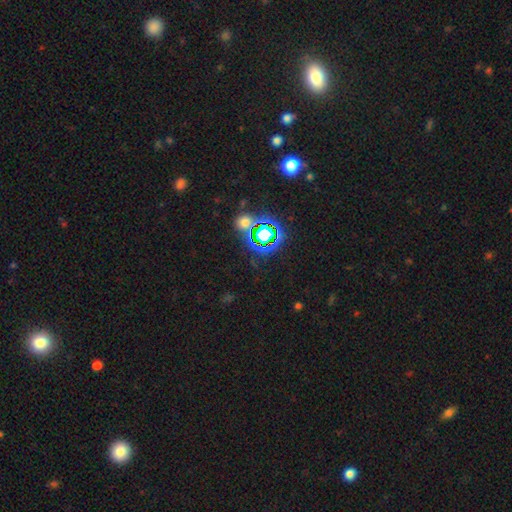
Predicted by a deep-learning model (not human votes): Smooth or featured: star or artifact — 69% (smooth — 23%)